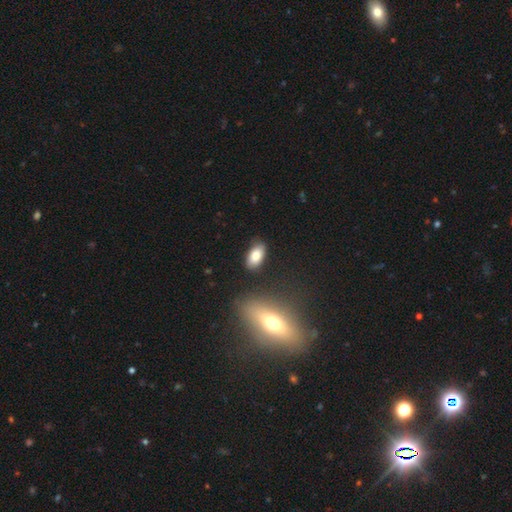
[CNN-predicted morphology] Smooth or featured? smooth (81%)
How rounded? in between (93%)
Merging? none (83%)